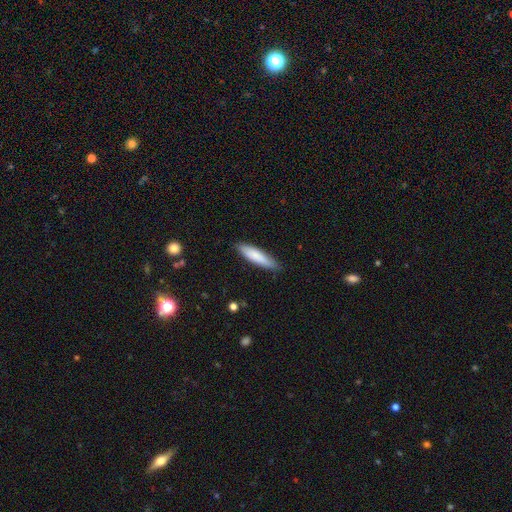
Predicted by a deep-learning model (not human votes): A smooth galaxy with no disk features (80%) that is cigar-shaped (74%).

Vote fractions:
- Smooth or featured? smooth: 80% / featured or disk: 14% / star or artifact: 5%
- How rounded? cigar-shaped: 74% / in between: 25% / round: 1%
- Merging? none: 86% / minor disturbance: 11% / major disturbance: 2% / merger: 1%